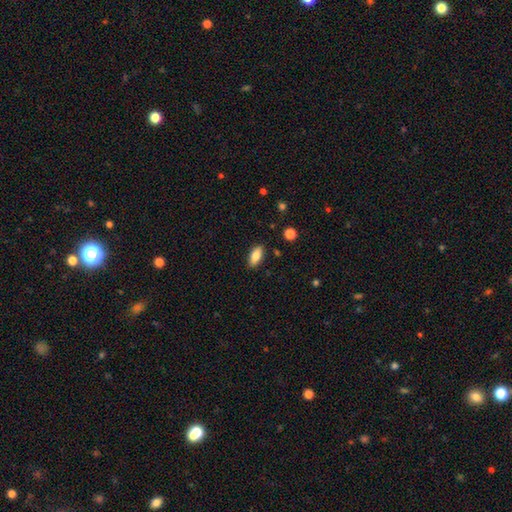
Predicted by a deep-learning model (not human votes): Smooth or featured? Predicted: smooth (p=0.80). How rounded? Predicted: in between (p=0.87). Merging? Predicted: none (p=0.88).